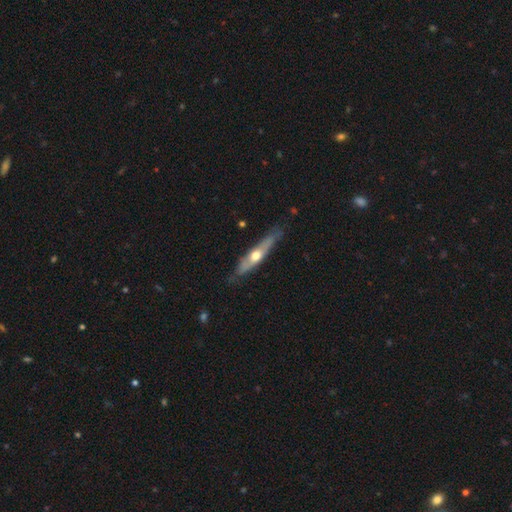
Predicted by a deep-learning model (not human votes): Smooth or featured: featured or disk — 56% (smooth — 39%)
Edge-on disk: yes — 79% (no — 21%)
Merging: none — 75% (minor disturbance — 20%)